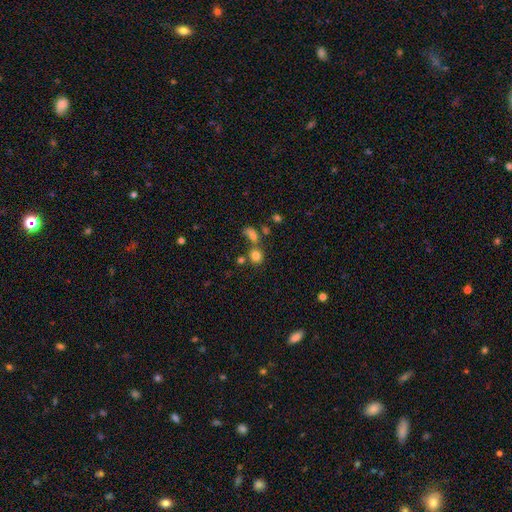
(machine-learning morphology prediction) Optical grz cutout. It shows a smooth galaxy with no disk features (78%) that is round (81%). Merging: none (57%).